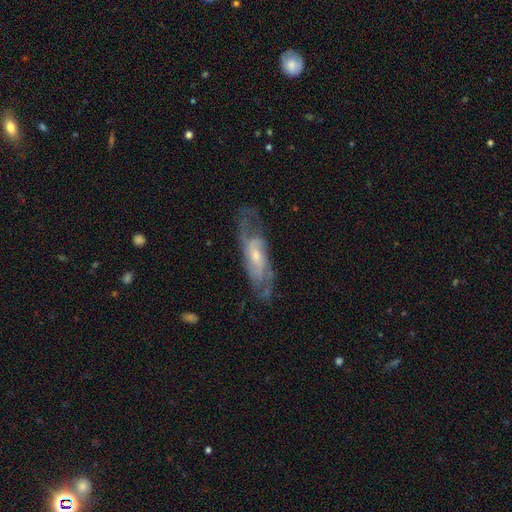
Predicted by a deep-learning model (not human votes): A featured or disk galaxy (79%) with no bar (55%), 2 (45%) medium (45%) spiral arms (91%) and a small central bulge (58%).

Vote fractions:
- Smooth or featured? featured or disk: 79% / smooth: 15% / star or artifact: 6%
- Edge-on disk? no: 83% / yes: 17%
- Bar? no: 55% / weak: 36% / strong: 9%
- Spiral arms? yes: 91% / no: 9%
- Spiral winding? medium: 45% / tight: 37% / loose: 19%
- Spiral arm count? 2: 45% / can't tell: 32% / 3: 12% / 4: 4% / 1: 4% / more than 4: 3%
- Bulge size? small: 58% / moderate: 36% / none: 3% / large: 2% / dominant: 1%
- Merging? none: 66% / minor disturbance: 21% / major disturbance: 11% / merger: 2%